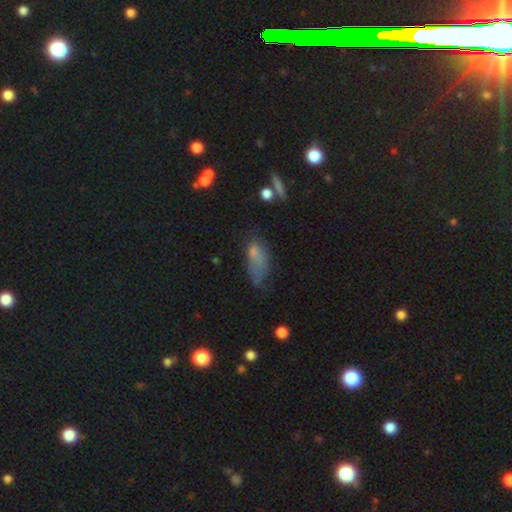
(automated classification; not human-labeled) smooth_or_featured: smooth (p=0.67) [alt: featured or disk p=0.19]
how_rounded: in between (p=0.77) [alt: cigar-shaped p=0.18]
merging: minor disturbance (p=0.34) [alt: none p=0.32]